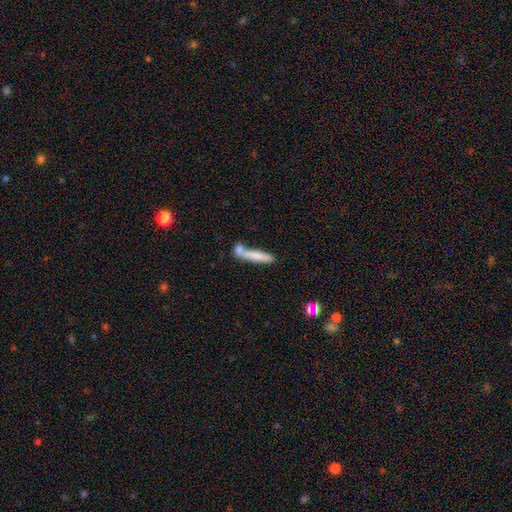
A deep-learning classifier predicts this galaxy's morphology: This is likely a smooth galaxy (71%). How rounded: clearly cigar-shaped (87%). Merging: possibly none (50%).